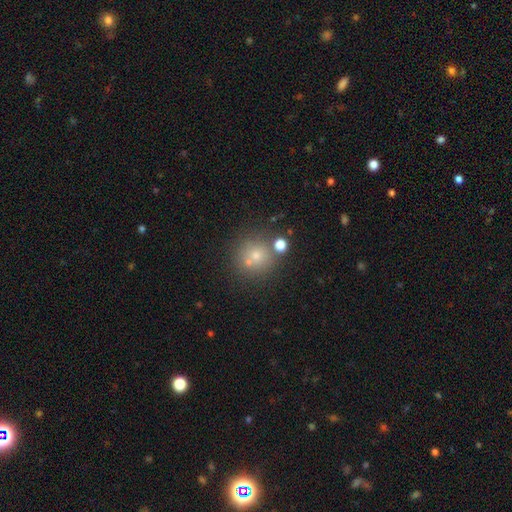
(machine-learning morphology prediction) This appears to be a smooth galaxy with no disk features (64%) that is round (92%). Merging: none (69%).